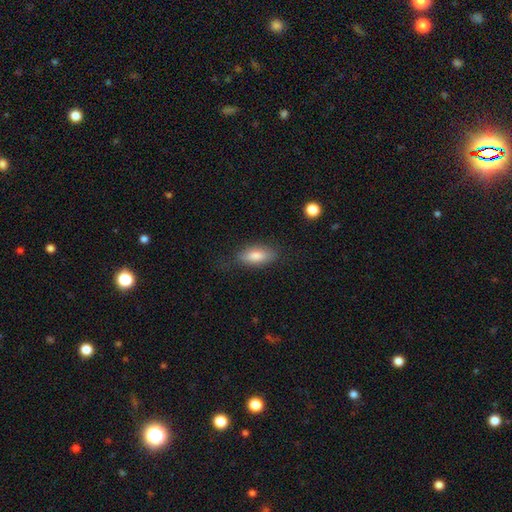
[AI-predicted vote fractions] This appears to be a smooth galaxy with no disk features (77%) that is in between round and cigar-shaped (78%). Merging: none (74%).